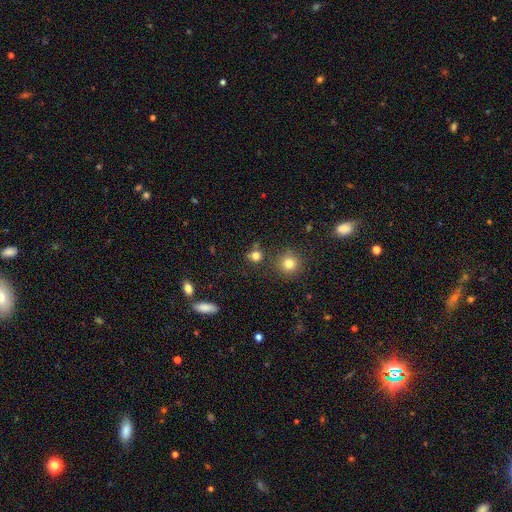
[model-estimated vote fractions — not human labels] smooth 77%, star or artifact 17%, featured or disk 6%. Down the decision tree: how rounded — round (85%); merging — none (74%).